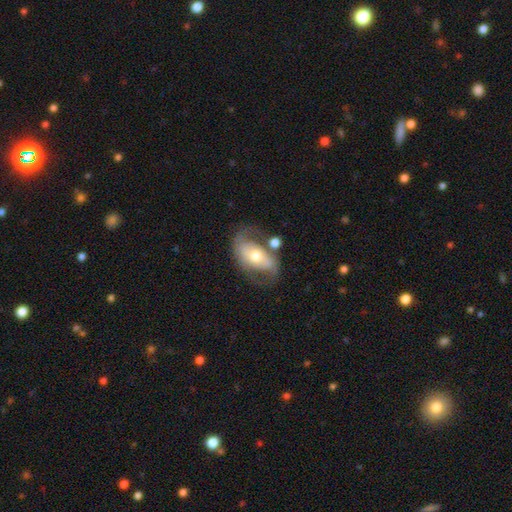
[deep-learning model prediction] Smooth or featured?
  - featured or disk: 68% *
  - smooth: 26%
  - star or artifact: 6%
Edge-on disk?
  - no: 93% *
  - yes: 7%
Bar?
  - no: 46% *
  - weak: 28%
  - strong: 25%
Spiral arms?
  - yes: 69% *
  - no: 31%
Bulge size?
  - moderate: 66% *
  - small: 25%
  - large: 7%
  - dominant: 1%
  - none: 1%
Merging?
  - none: 56% *
  - minor disturbance: 19%
  - major disturbance: 15%
  - merger: 11%